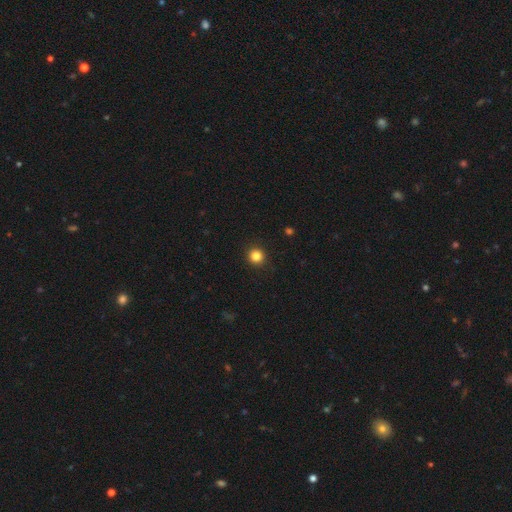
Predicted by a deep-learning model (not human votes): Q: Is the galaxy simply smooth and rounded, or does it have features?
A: smooth — 84%.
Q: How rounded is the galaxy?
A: round — 94%.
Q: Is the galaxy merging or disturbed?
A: none — 92%.